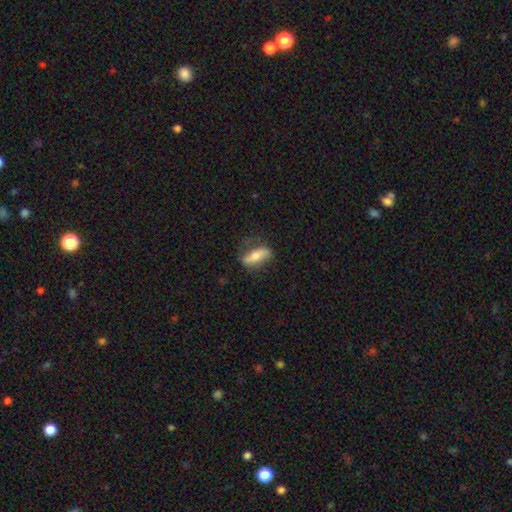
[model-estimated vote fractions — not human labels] Smooth or featured: smooth — 53% (featured or disk — 40%)
How rounded: in between — 62% (cigar-shaped — 34%)
Merging: none — 68% (minor disturbance — 22%)